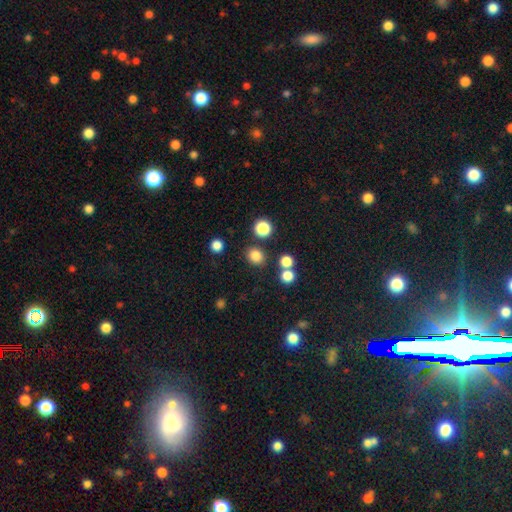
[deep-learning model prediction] Q: Smooth or featured?
A: smooth (81%); runner-up: star or artifact (15%)
Q: How rounded?
A: round (74%); runner-up: in between (25%)
Q: Merging?
A: none (82%); runner-up: minor disturbance (8%)